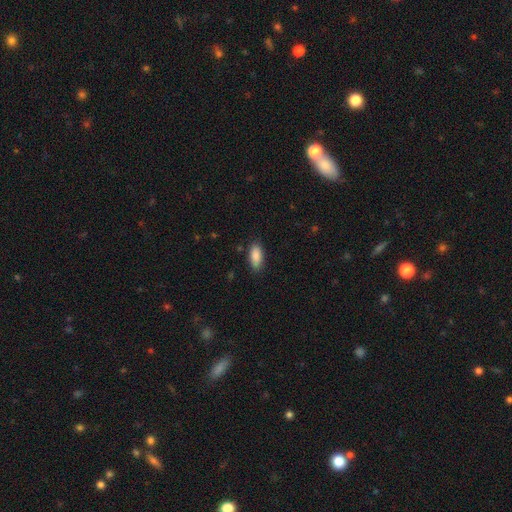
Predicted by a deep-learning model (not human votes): smooth 89%, star or artifact 7%, featured or disk 5%. Down the decision tree: how rounded — in between (85%); merging — none (85%).